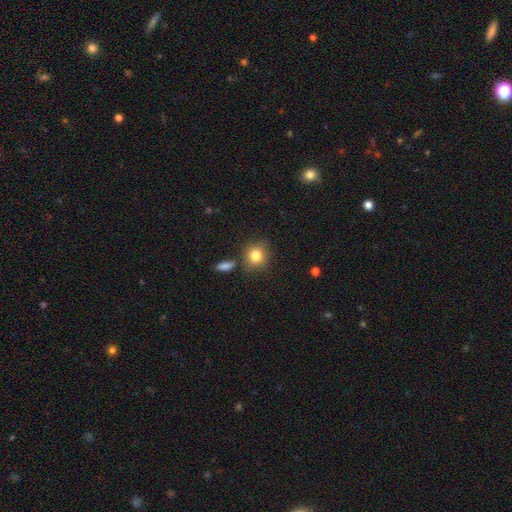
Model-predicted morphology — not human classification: Smooth or featured? Predicted: smooth (p=0.81). How rounded? Predicted: round (p=0.77). Merging? Predicted: none (p=0.77).